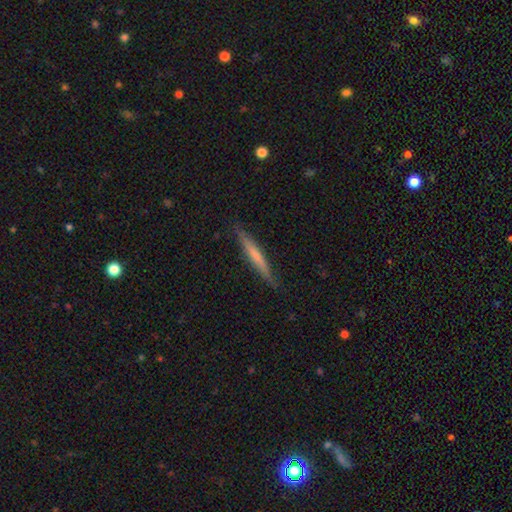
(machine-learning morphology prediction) Q: Smooth or featured?
A: smooth (54%); runner-up: featured or disk (40%)
Q: How rounded?
A: cigar-shaped (95%); runner-up: in between (3%)
Q: Merging?
A: none (86%); runner-up: minor disturbance (11%)